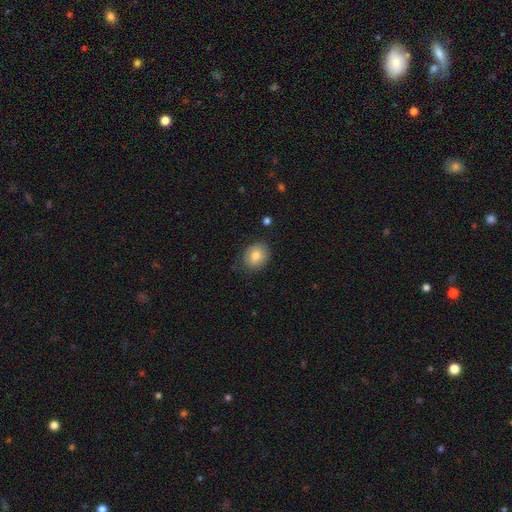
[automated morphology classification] smooth 82%, featured or disk 9%, star or artifact 8%. Down the decision tree: how rounded — round (59%); merging — none (83%).